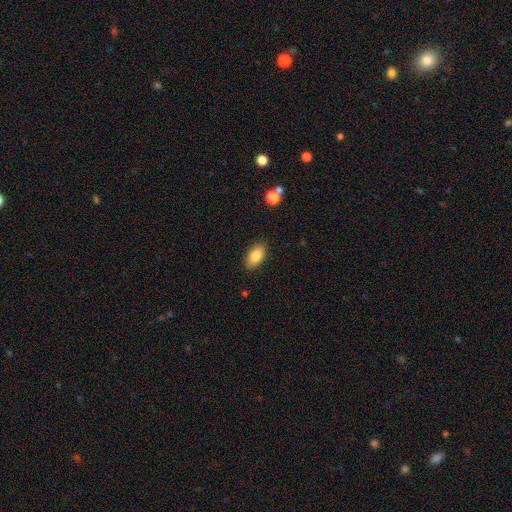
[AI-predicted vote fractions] smooth 84%, featured or disk 8%, star or artifact 8%. Down the decision tree: how rounded — in between (91%); merging — none (86%).